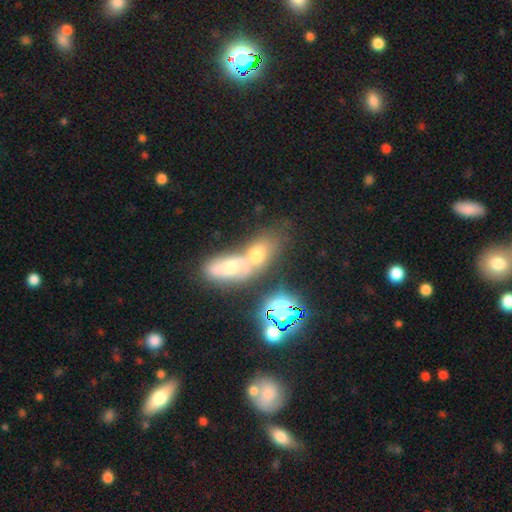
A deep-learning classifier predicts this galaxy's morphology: The model was most divided on "merging": merger: 59%, none: 27%, minor disturbance: 8%, major disturbance: 5%. More confident: how rounded — in between (79%); smooth or featured — smooth (58%).